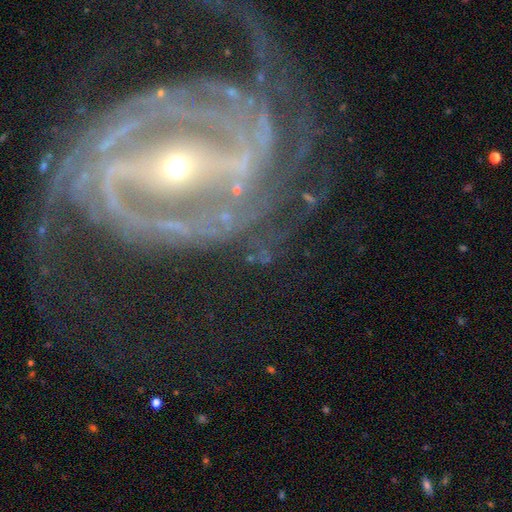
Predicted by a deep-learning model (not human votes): Smooth or featured: featured or disk — 83% (star or artifact — 10%)
Edge-on disk: no — 94% (yes — 6%)
Bar: strong — 61% (weak — 21%)
Spiral arms: yes — 91% (no — 9%)
Spiral winding: tight — 58% (medium — 31%)
Spiral arm count: 2 — 39% (can't tell — 21%)
Bulge size: small — 58% (moderate — 36%)
Merging: none — 71% (minor disturbance — 15%)